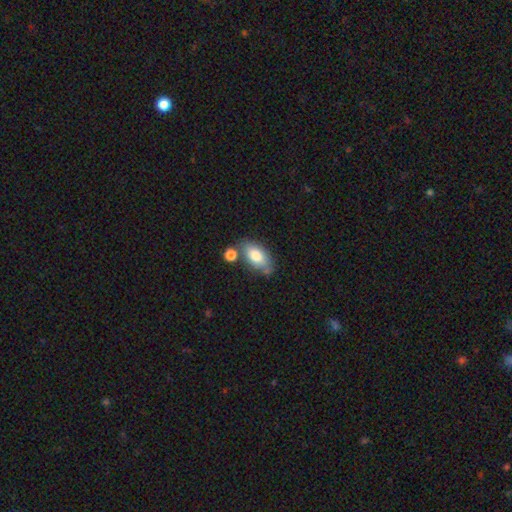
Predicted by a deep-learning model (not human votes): smooth 78%, featured or disk 15%, star or artifact 7%. Down the decision tree: how rounded — in between (90%); merging — none (63%).